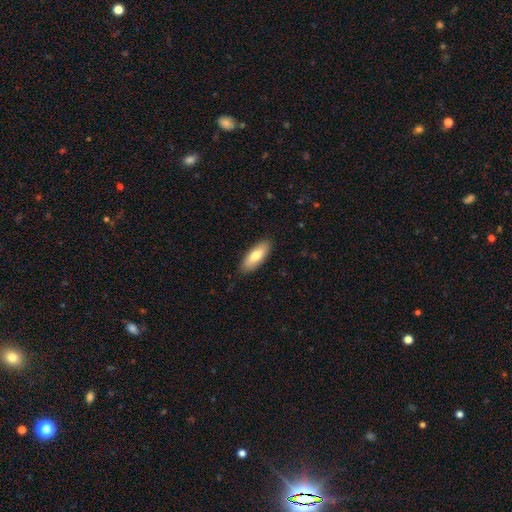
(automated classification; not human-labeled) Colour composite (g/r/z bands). It shows a smooth galaxy with no disk features (75%) that is in between round and cigar-shaped (77%). Merging: none (87%).